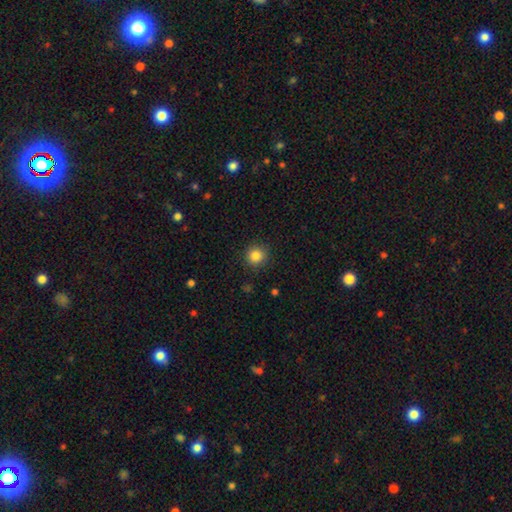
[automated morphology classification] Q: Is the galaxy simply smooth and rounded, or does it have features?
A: smooth — 85%.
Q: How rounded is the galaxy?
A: round — 92%.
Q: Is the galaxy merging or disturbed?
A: none — 90%.